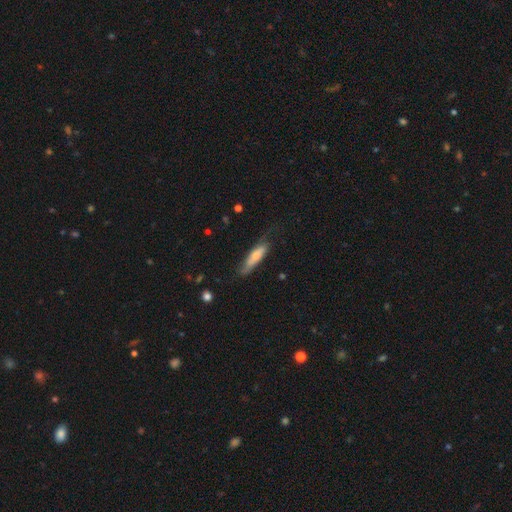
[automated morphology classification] Overall: smooth (64%; featured or disk 30%). How rounded: cigar-shaped (68%; in between 30%). Merging: none (52%; minor disturbance 30%).